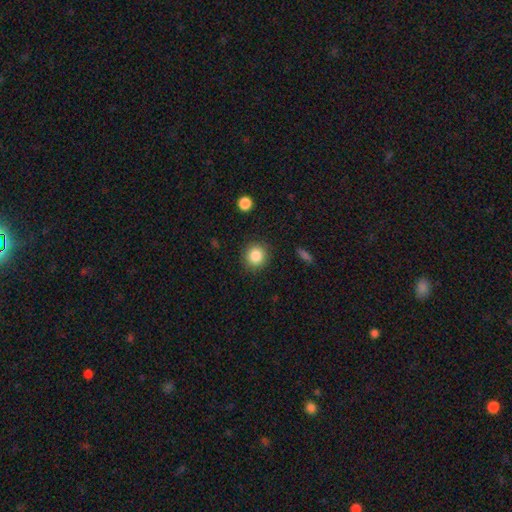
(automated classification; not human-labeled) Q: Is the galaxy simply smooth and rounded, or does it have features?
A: smooth — 84%.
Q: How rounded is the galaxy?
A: round — 89%.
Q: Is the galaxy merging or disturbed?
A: none — 89%.